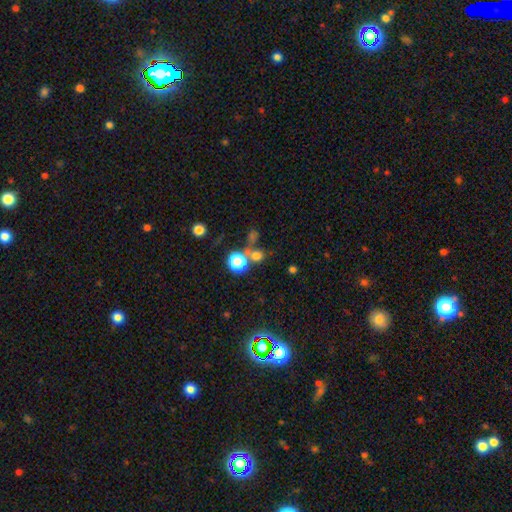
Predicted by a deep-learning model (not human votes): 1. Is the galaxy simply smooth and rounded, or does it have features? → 73% smooth, 17% star or artifact, 10% featured or disk.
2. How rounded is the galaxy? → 81% round, 17% in between, 1% cigar-shaped.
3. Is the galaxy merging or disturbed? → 48% none, 38% merger, 8% minor disturbance, 6% major disturbance.